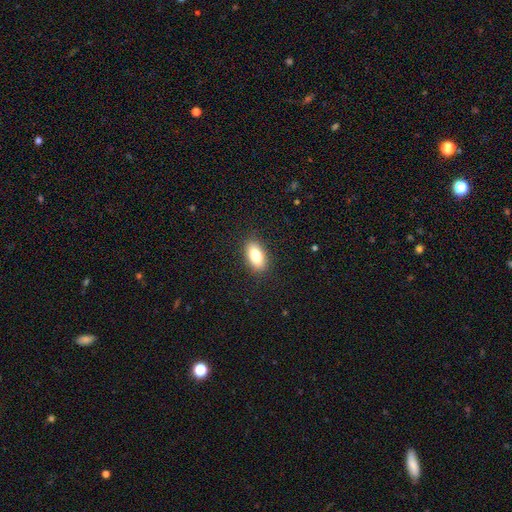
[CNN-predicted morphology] Smooth or featured: smooth — 81% (featured or disk — 11%)
How rounded: in between — 90% (cigar-shaped — 5%)
Merging: none — 89% (minor disturbance — 8%)